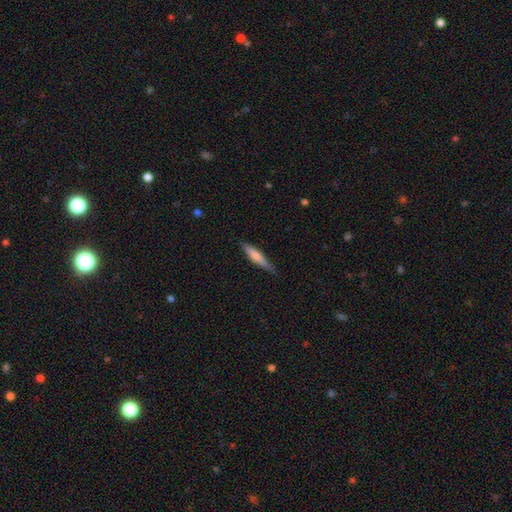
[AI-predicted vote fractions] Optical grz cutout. It shows a smooth galaxy with no disk features (69%) that is cigar-shaped (86%). Merging: none (74%).